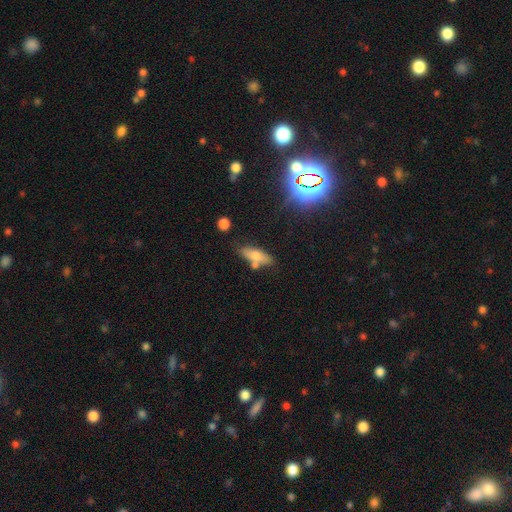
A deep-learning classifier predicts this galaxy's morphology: A smooth galaxy with no disk features (64%) that is in between round and cigar-shaped (61%). Merging: none (65%).